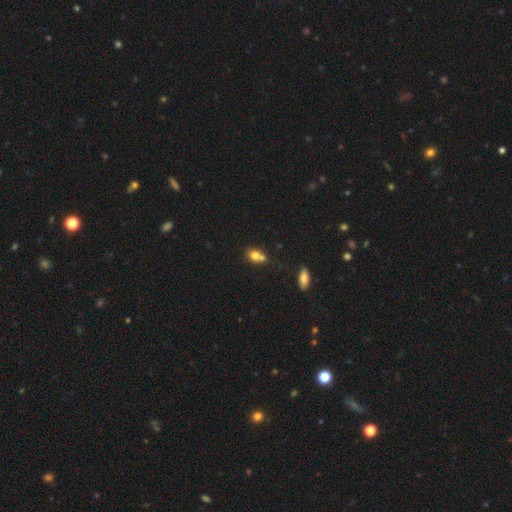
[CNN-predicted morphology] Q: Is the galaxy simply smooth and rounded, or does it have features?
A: smooth — 75%.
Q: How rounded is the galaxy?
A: round — 57%.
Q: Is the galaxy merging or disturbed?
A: merger — 48%.